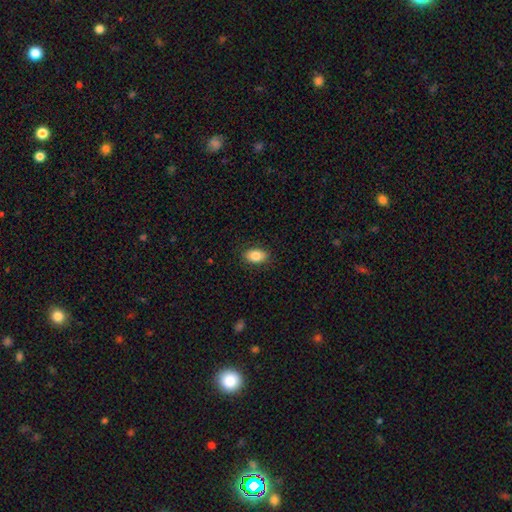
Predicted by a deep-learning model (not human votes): smooth_or_featured: smooth (p=0.84) [alt: featured or disk p=0.09]
how_rounded: in between (p=0.89) [alt: round p=0.09]
merging: none (p=0.88) [alt: minor disturbance p=0.09]